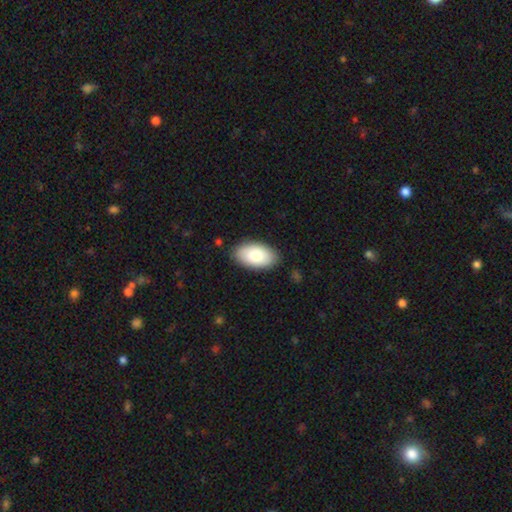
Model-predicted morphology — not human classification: smooth 79%, featured or disk 15%, star or artifact 6%. Down the decision tree: how rounded — in between (95%); merging — none (86%).